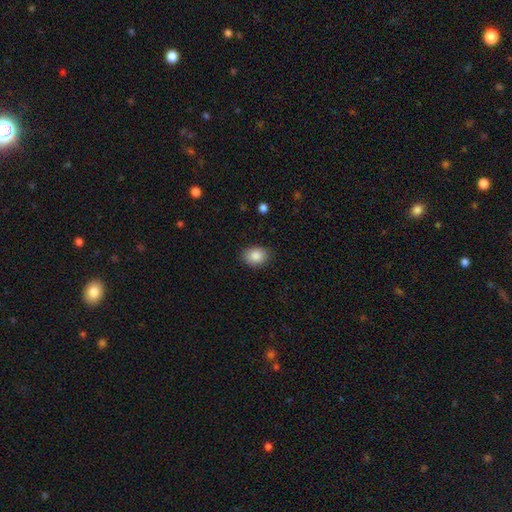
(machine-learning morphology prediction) smooth 87%, star or artifact 8%, featured or disk 5%. Down the decision tree: how rounded — in between (64%); merging — none (85%).